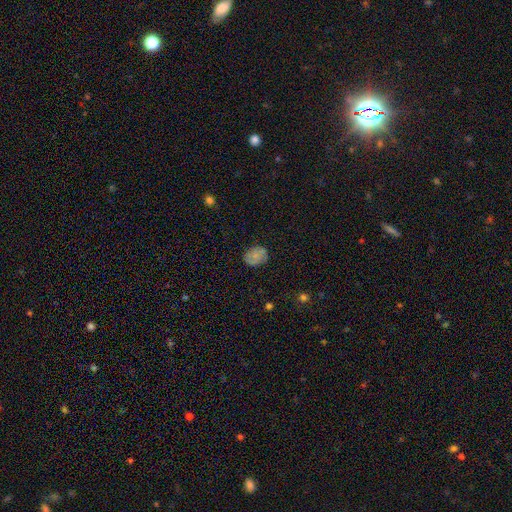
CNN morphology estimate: A smooth galaxy with no disk features (69%) that is in between round and cigar-shaped (58%). Merging: none (78%).